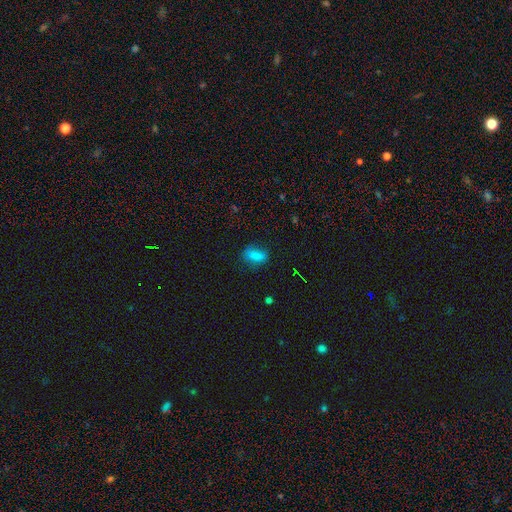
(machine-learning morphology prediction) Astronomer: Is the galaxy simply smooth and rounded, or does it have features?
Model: smooth — 81%.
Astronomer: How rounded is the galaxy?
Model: in between — 78%.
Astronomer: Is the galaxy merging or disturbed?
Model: none — 74%.